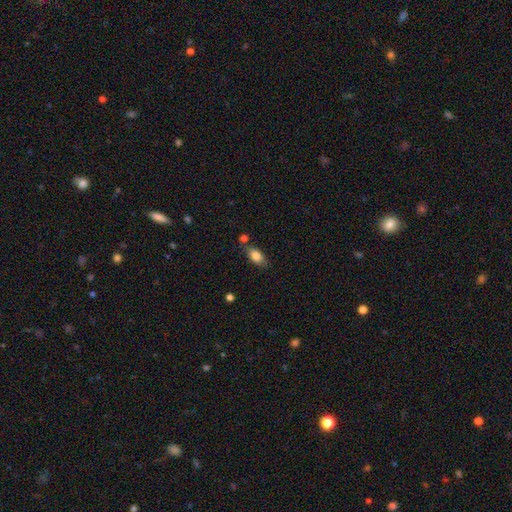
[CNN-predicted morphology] Overall: smooth (83%). How rounded: in between (87%). Merging: none (68%).